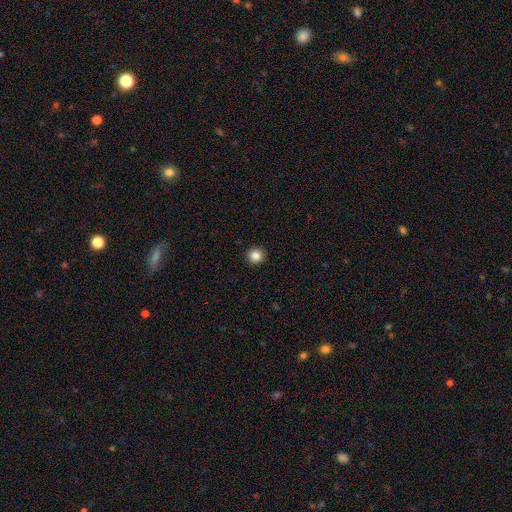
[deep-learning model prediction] The model was most divided on "smooth or featured": smooth: 85%, star or artifact: 11%, featured or disk: 4%. More confident: how rounded — round (95%); merging — none (94%).